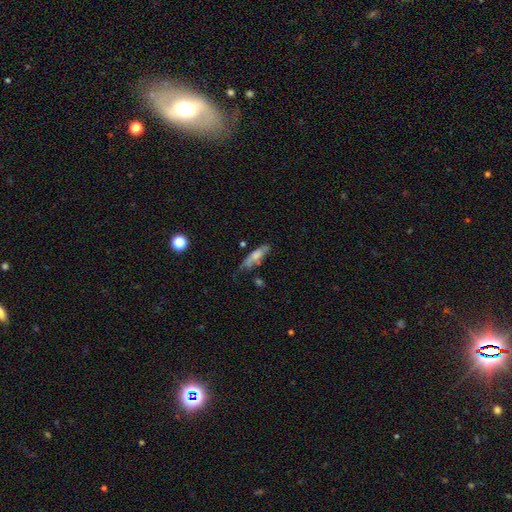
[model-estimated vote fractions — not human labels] Morphology: type=smooth (65%); roundness=cigar-shaped (57%); merging=none (46%).